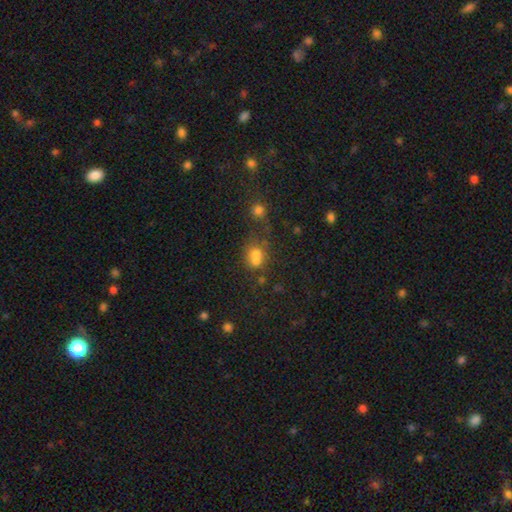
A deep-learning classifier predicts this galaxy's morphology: A smooth galaxy with no disk features (66%) that is round (62%). Merging: merger (46%).